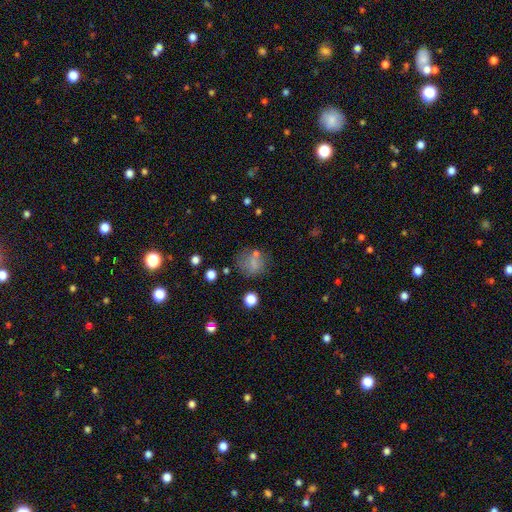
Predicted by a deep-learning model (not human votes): A smooth galaxy with no disk features (57%) that is round (74%). Merging: none (65%).